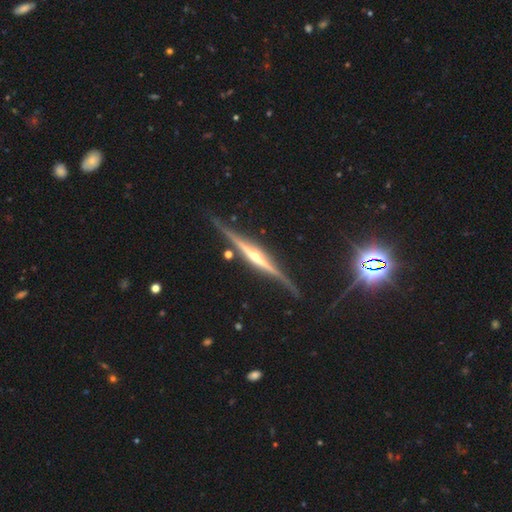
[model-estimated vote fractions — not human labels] This is clearly a featured or disk galaxy (87%). It is clearly viewed edge-on (98%). Edge-on bulge: clearly rounded (80%). Merging: clearly none (83%).